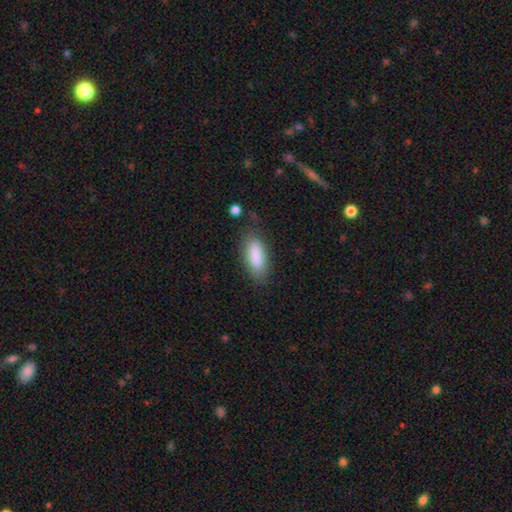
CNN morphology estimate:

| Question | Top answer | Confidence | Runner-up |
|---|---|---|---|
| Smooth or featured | smooth | 87% | featured or disk (7%) |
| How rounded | in between | 81% | cigar-shaped (17%) |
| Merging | none | 74% | minor disturbance (18%) |